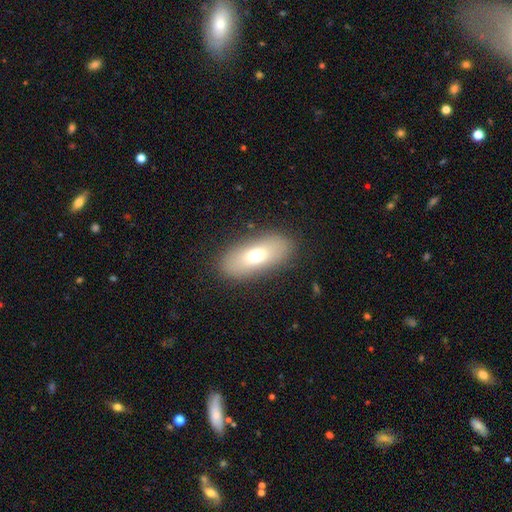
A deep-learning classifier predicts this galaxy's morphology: A smooth galaxy with no disk features (69%) that is in between round and cigar-shaped (83%). Merging: none (86%).